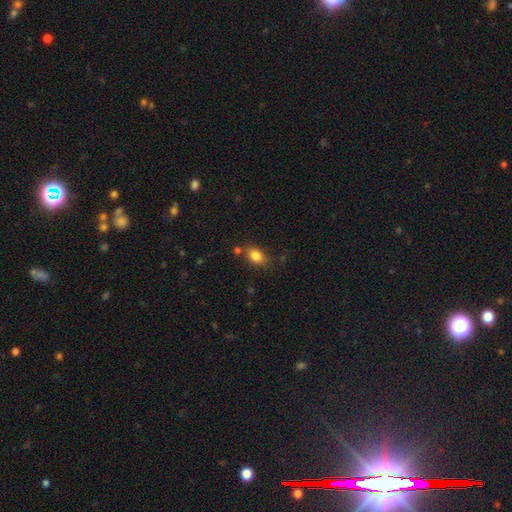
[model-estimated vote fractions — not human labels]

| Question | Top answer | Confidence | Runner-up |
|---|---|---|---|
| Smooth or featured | smooth | 83% | star or artifact (10%) |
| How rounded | in between | 80% | round (18%) |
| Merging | none | 74% | minor disturbance (14%) |